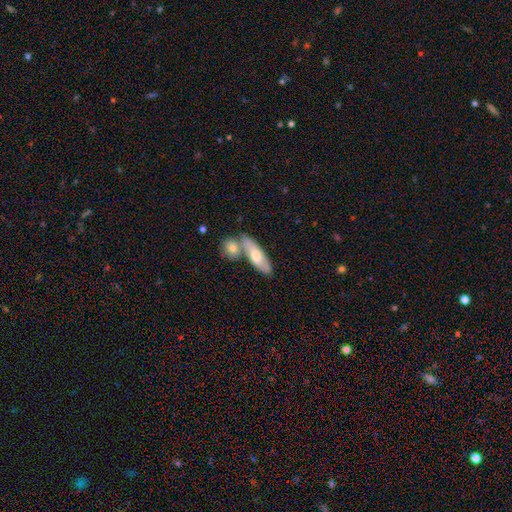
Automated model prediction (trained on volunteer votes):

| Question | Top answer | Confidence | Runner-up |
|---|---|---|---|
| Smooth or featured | smooth | 57% | featured or disk (37%) |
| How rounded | in between | 54% | cigar-shaped (42%) |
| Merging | none | 47% | merger (39%) |